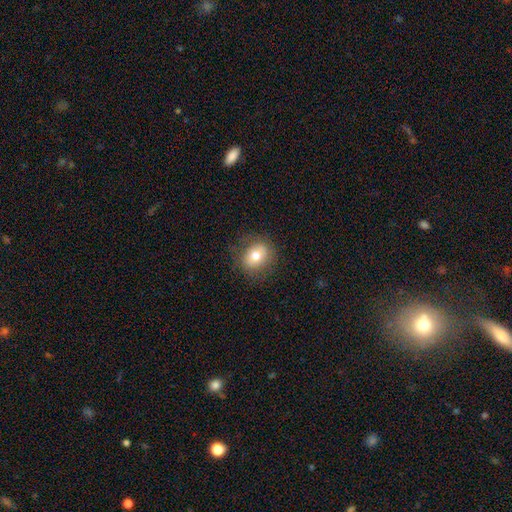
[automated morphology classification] Smooth or featured: smooth — 72% (featured or disk — 18%)
How rounded: round — 64% (in between — 35%)
Merging: none — 82% (minor disturbance — 13%)